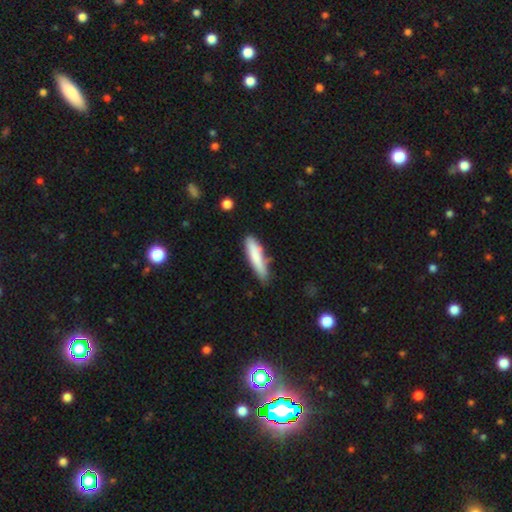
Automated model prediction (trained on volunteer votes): Smooth or featured? Predicted: smooth (p=0.80). How rounded? Predicted: cigar-shaped (p=0.80). Merging? Predicted: none (p=0.70).